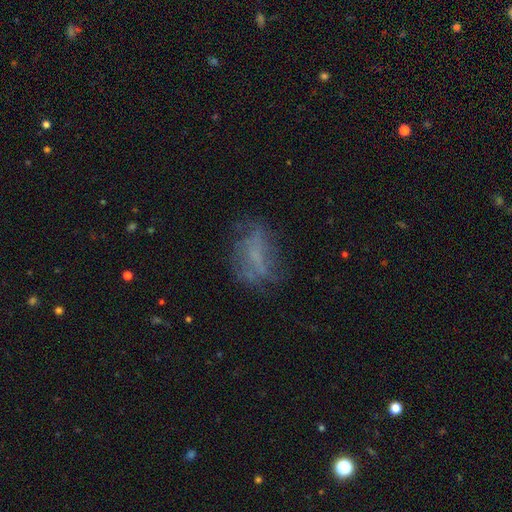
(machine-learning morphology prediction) Smooth or featured? featured or disk (44%)
Merging? none (52%)